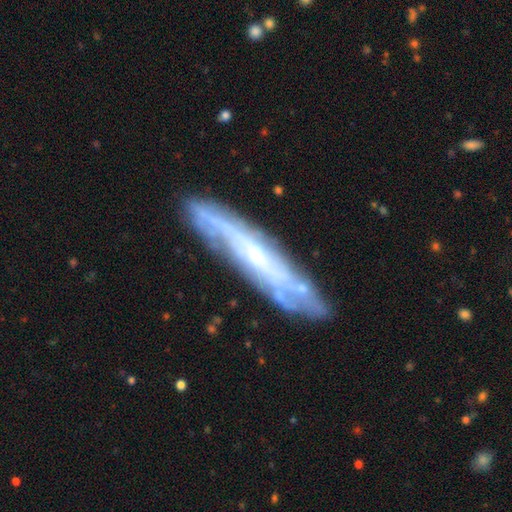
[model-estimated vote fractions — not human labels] Smooth or featured? Predicted: featured or disk (p=0.76). Edge-on disk? Predicted: no (p=0.51). Merging? Predicted: none (p=0.81).